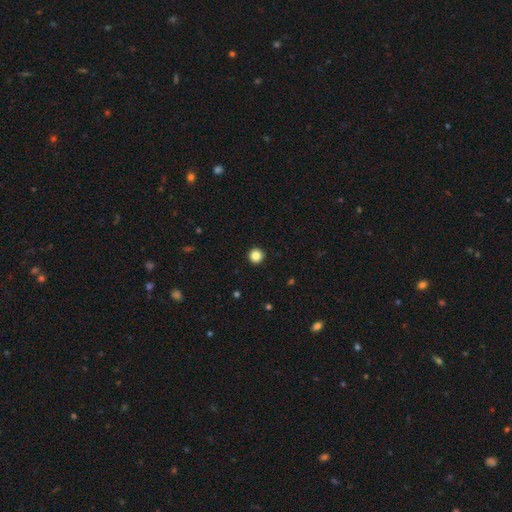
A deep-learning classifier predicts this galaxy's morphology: Smooth or featured: smooth — 85% (star or artifact — 11%)
How rounded: round — 96% (in between — 3%)
Merging: none — 94% (minor disturbance — 4%)